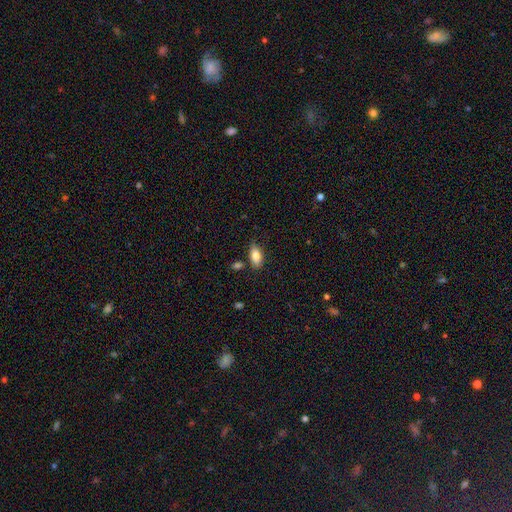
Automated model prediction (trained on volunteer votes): Smooth or featured? Predicted: smooth (p=0.83). How rounded? Predicted: in between (p=0.88). Merging? Predicted: none (p=0.75).